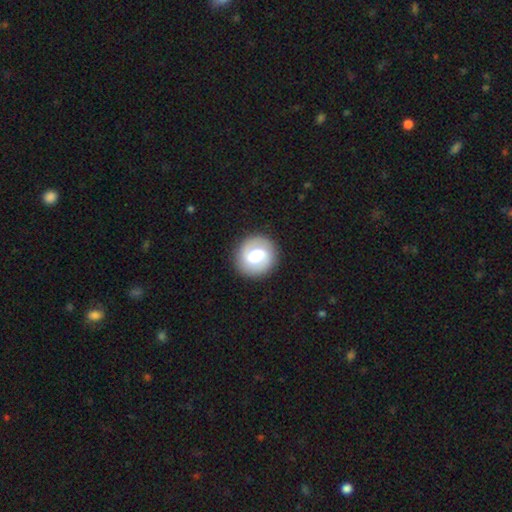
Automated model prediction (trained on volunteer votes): Smooth or featured?
  - featured or disk: 54% *
  - smooth: 40%
  - star or artifact: 6%
Edge-on disk?
  - no: 97% *
  - yes: 3%
Bar?
  - weak: 50% *
  - no: 26%
  - strong: 24%
Spiral arms?
  - yes: 71% *
  - no: 29%
Bulge size?
  - moderate: 57% *
  - large: 32%
  - small: 6%
  - dominant: 4%
  - none: 1%
Merging?
  - none: 88% *
  - minor disturbance: 8%
  - major disturbance: 3%
  - merger: 1%